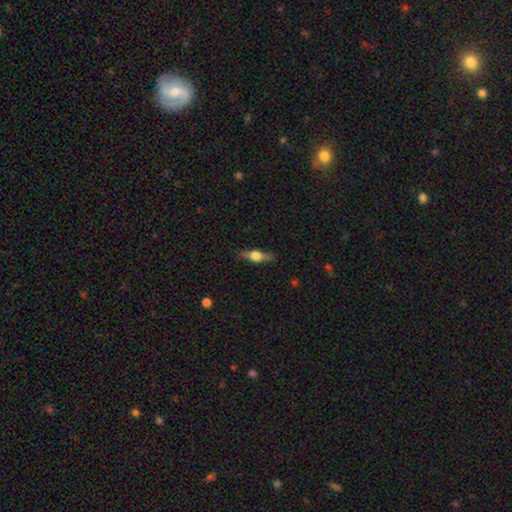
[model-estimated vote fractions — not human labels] smooth_or_featured: featured or disk (p=0.60) [alt: smooth p=0.33]
disk_edge_on: yes (p=0.95) [alt: no p=0.05]
edge_on_bulge: rounded (p=0.93) [alt: boxy p=0.05]
merging: none (p=0.86) [alt: minor disturbance p=0.10]